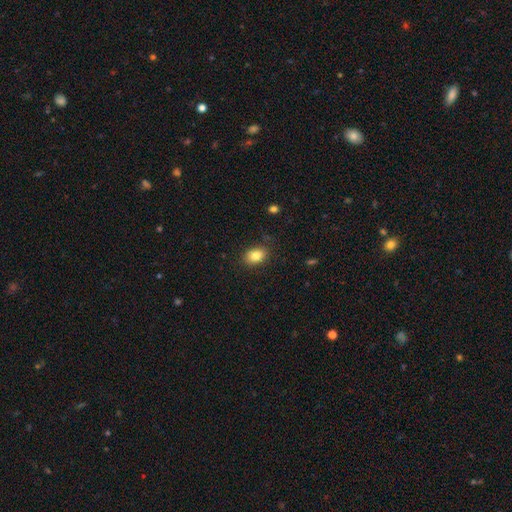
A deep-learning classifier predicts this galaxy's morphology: Overall: smooth (83%). How rounded: in between (76%). Merging: none (84%).